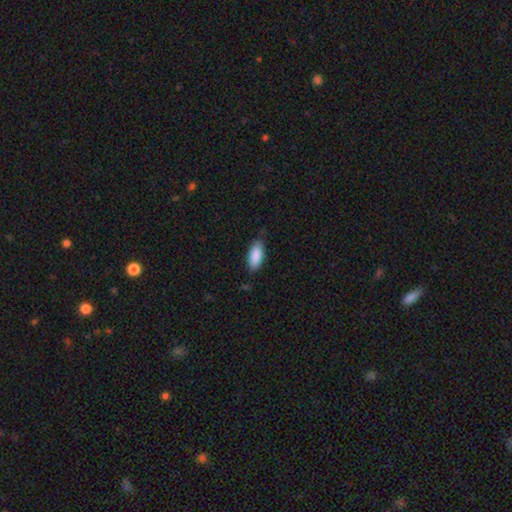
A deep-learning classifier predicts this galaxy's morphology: This is clearly a smooth galaxy (89%). How rounded: clearly in between (86%). Merging: likely none (79%).